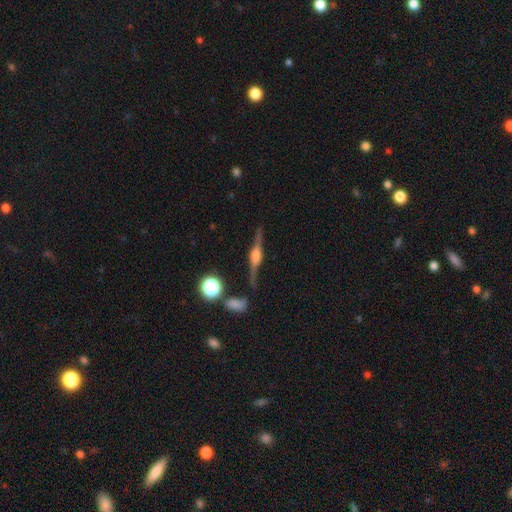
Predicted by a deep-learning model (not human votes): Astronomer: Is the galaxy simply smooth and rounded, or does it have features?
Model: featured or disk — 83%.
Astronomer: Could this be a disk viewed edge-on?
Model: yes — 97%.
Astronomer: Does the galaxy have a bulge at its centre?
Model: rounded — 79%.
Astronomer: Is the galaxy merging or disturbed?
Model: none — 83%.